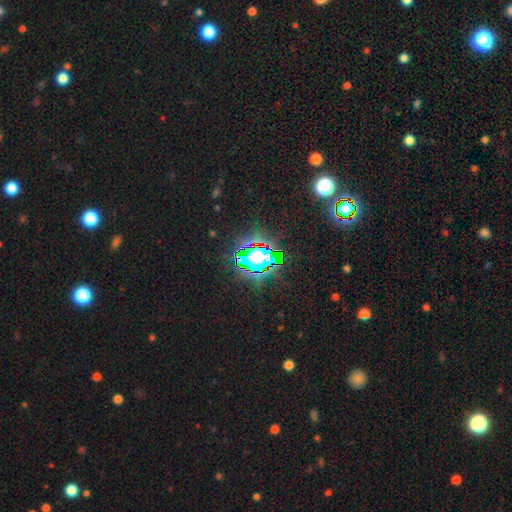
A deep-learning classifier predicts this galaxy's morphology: Q: Smooth or featured?
A: star or artifact (81%); runner-up: smooth (11%)